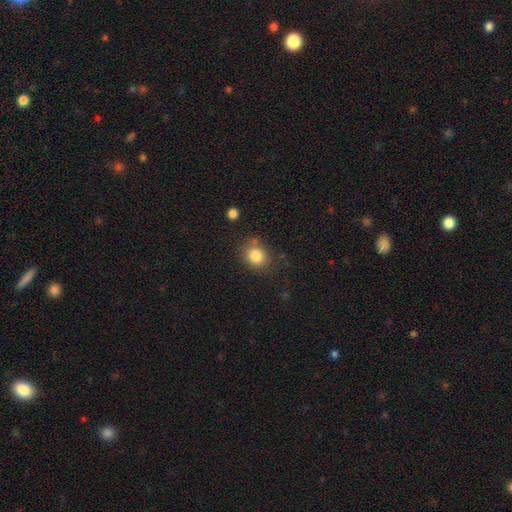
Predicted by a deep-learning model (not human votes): A smooth galaxy with no disk features (83%) that is round (66%).

Vote fractions:
- Smooth or featured? smooth: 83% / star or artifact: 10% / featured or disk: 7%
- How rounded? round: 66% / in between: 33% / cigar-shaped: 1%
- Merging? none: 74% / minor disturbance: 15% / merger: 7% / major disturbance: 5%